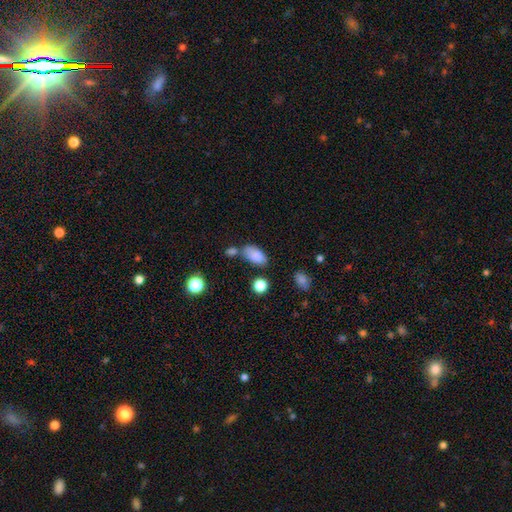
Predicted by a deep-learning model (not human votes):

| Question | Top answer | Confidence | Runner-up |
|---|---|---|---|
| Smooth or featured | smooth | 83% | star or artifact (9%) |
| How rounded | in between | 92% | round (4%) |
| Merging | none | 53% | minor disturbance (21%) |